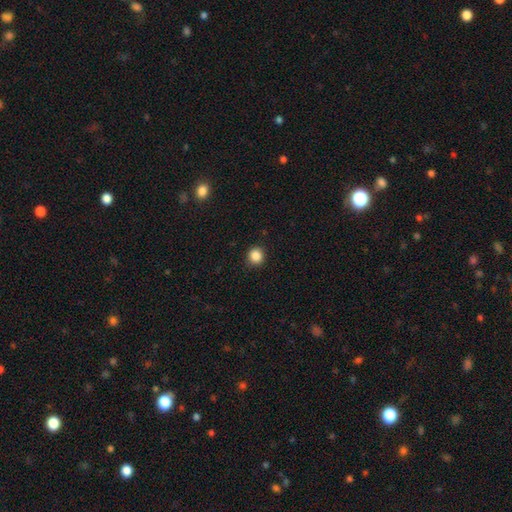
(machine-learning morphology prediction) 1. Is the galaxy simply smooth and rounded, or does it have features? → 87% smooth, 10% star or artifact, 3% featured or disk.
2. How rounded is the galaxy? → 90% round, 9% in between, 1% cigar-shaped.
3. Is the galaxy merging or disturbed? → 90% none, 7% minor disturbance, 2% major disturbance, 1% merger.